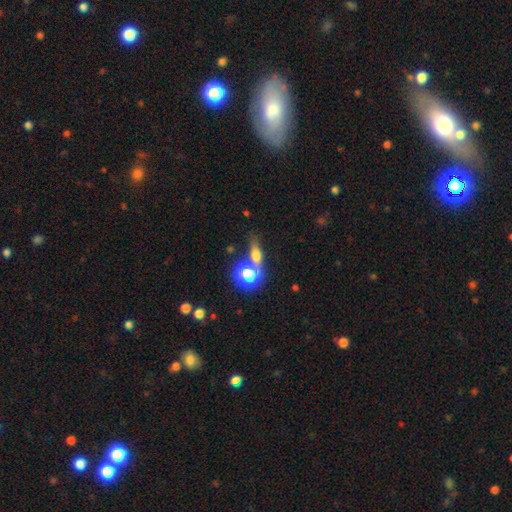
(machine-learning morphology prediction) The model was most divided on "how rounded": in between: 42%, round: 34%, cigar-shaped: 23%. More confident: merging — none (63%); smooth or featured — smooth (58%).